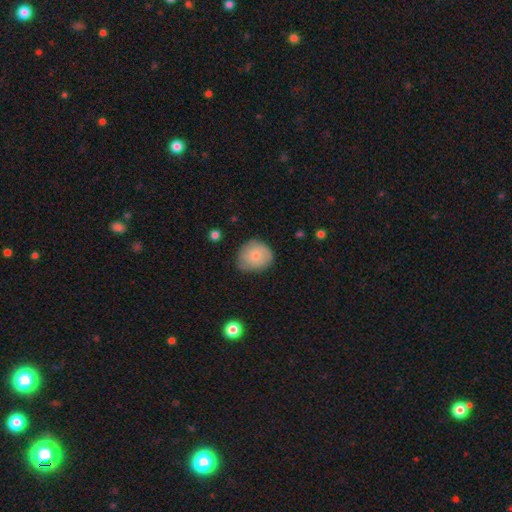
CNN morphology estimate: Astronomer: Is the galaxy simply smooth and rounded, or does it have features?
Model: smooth — 76%.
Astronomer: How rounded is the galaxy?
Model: round — 69%.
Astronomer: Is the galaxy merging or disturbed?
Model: none — 58% (runner-up: minor disturbance, 34%).